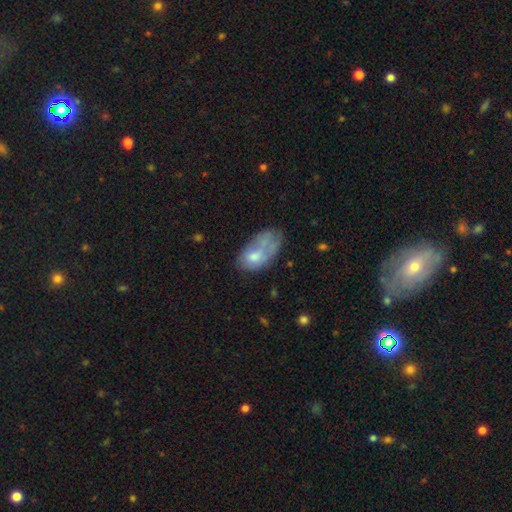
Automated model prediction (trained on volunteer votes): Q: Smooth or featured?
A: smooth (63%); runner-up: featured or disk (29%)
Q: How rounded?
A: in between (92%); runner-up: round (5%)
Q: Merging?
A: minor disturbance (31%); runner-up: none (29%)